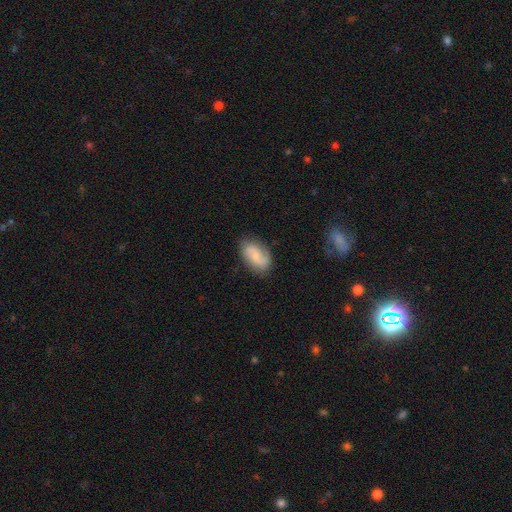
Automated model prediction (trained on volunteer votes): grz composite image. It shows a featured or disk galaxy (54%) with no bar (57%), spiral arms (89%) and a small central bulge (59%). Merging: none (78%).